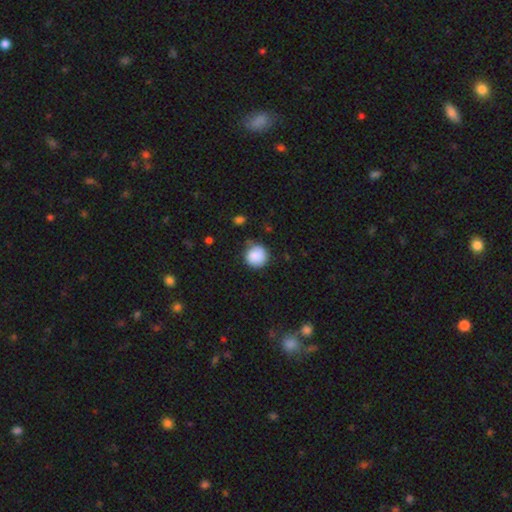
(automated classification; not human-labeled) Smooth or featured?
  - smooth: 87% *
  - star or artifact: 8%
  - featured or disk: 5%
How rounded?
  - round: 93% *
  - in between: 6%
  - cigar-shaped: 1%
Merging?
  - none: 77% *
  - minor disturbance: 17%
  - major disturbance: 4%
  - merger: 2%